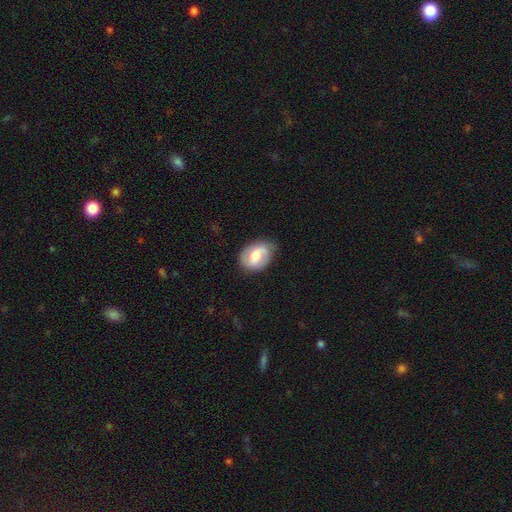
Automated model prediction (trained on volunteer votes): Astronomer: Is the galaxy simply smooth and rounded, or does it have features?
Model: featured or disk — 57% (runner-up: smooth, 36%).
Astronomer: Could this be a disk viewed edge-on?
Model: no — 97%.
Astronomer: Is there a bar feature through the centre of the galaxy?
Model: weak — 49% (runner-up: no, 29%).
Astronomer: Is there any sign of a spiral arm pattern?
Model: yes — 82%.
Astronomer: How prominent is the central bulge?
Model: moderate — 56%.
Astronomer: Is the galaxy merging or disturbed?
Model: none — 75%.